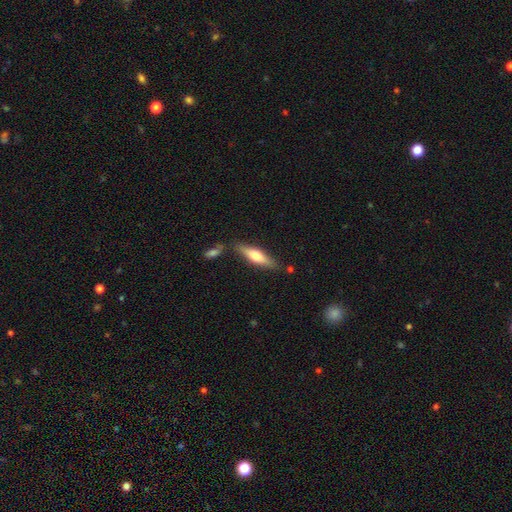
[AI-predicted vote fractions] Smooth or featured: smooth — 51% (featured or disk — 43%)
How rounded: cigar-shaped — 67% (in between — 31%)
Merging: none — 80% (minor disturbance — 12%)